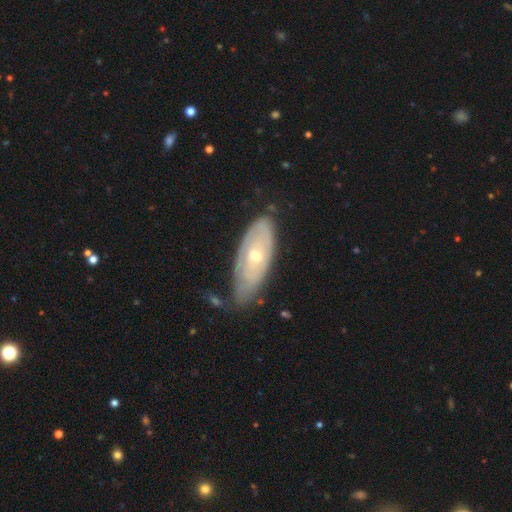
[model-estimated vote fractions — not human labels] Morphology: type=featured or disk (65%); edge-on=no (83%); bar=no (88%); spiral arms=no (52%); bulge=moderate (56%); merging=none (64%).